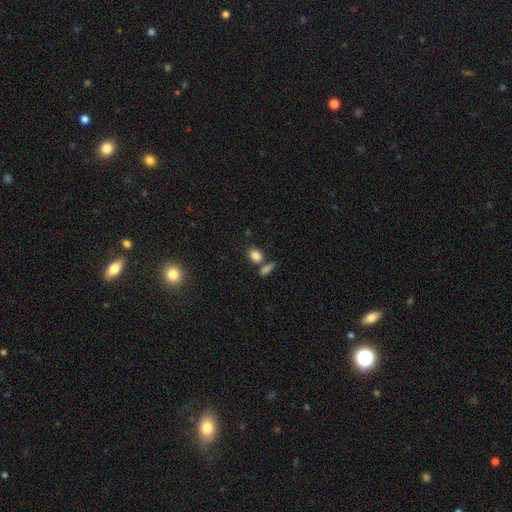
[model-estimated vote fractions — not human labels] Q: Smooth or featured?
A: smooth (84%); runner-up: star or artifact (10%)
Q: How rounded?
A: in between (69%); runner-up: round (28%)
Q: Merging?
A: none (60%); runner-up: merger (25%)